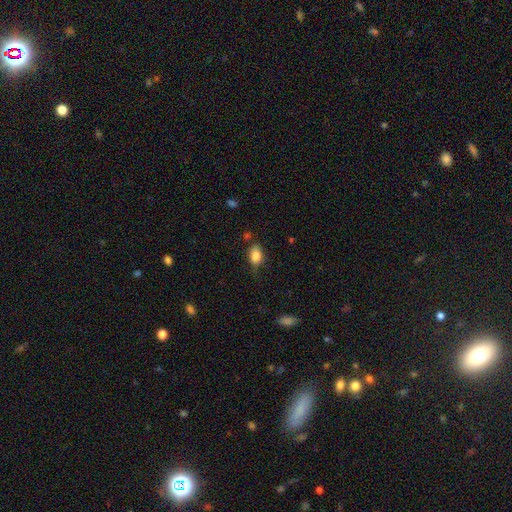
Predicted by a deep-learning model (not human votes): Morphology: type=smooth (85%); roundness=in between (83%); merging=none (66%).